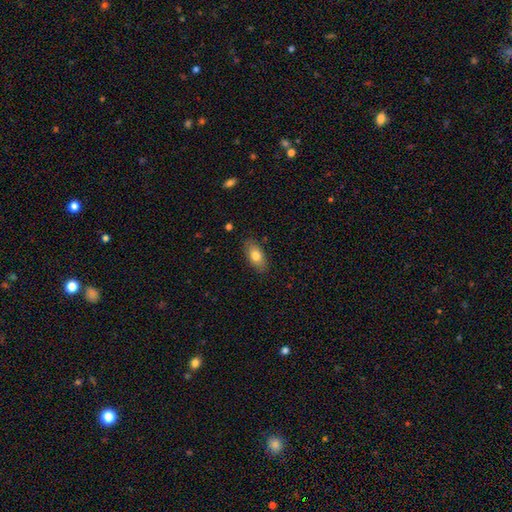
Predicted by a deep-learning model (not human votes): Smooth or featured? Predicted: smooth (p=0.76). How rounded? Predicted: in between (p=0.89). Merging? Predicted: none (p=0.85).